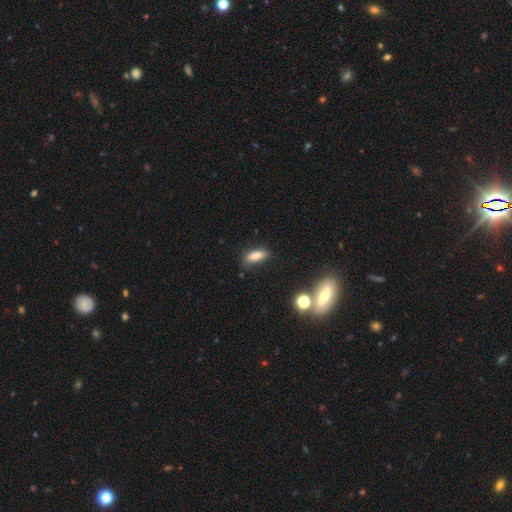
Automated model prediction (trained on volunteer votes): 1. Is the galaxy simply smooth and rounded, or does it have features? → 81% smooth, 10% star or artifact, 9% featured or disk.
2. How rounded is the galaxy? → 63% in between, 34% cigar-shaped, 3% round.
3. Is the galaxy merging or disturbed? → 78% none, 15% minor disturbance, 4% major disturbance, 3% merger.